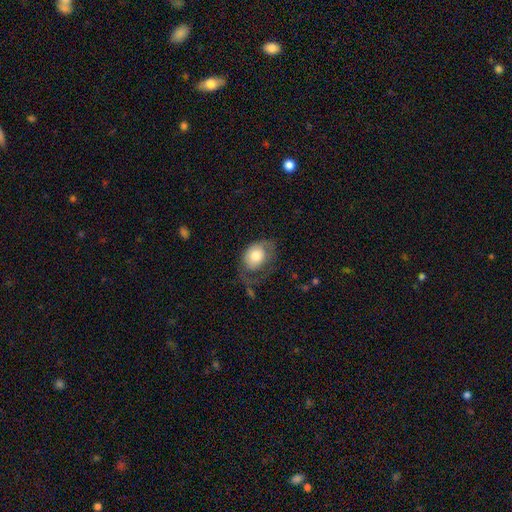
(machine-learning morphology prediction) Smooth or featured? smooth (69%)
How rounded? in between (65%)
Merging? major disturbance (40%)